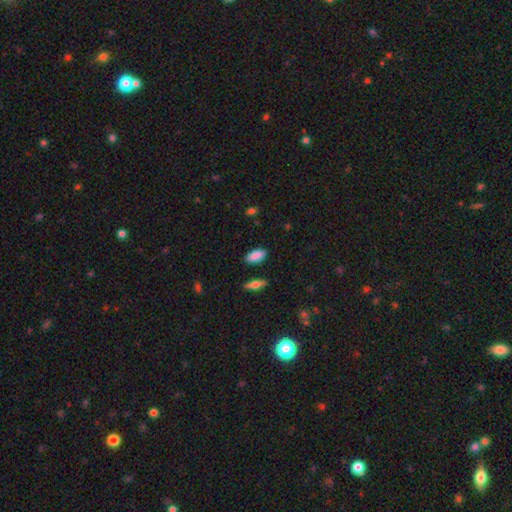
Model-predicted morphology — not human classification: smooth-or-featured: smooth: 87% | star or artifact: 7% | featured or disk: 6%
  how-rounded: in between: 86% | cigar-shaped: 12% | round: 2%
  merging: none: 86% | minor disturbance: 10% | major disturbance: 2% | merger: 2%